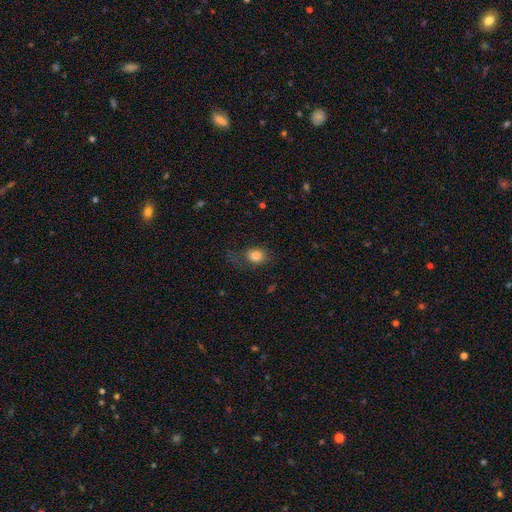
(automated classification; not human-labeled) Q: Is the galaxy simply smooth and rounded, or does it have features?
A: smooth — 82%.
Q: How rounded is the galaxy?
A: in between — 57%.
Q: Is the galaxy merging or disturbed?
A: none — 63%.